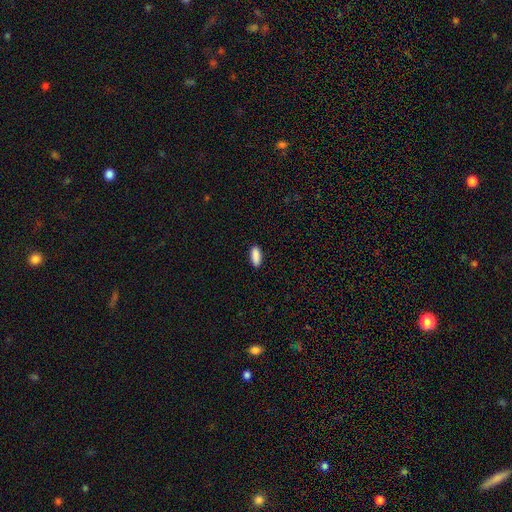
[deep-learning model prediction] A smooth galaxy with no disk features (90%) that is in between round and cigar-shaped (75%). Merging: none (89%).